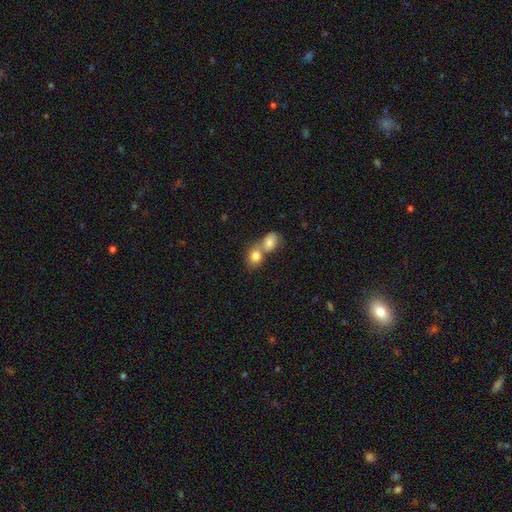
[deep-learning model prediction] A smooth galaxy with no disk features (81%) that is in between round and cigar-shaped (50%).

Vote fractions:
- Smooth or featured? smooth: 81% / featured or disk: 11% / star or artifact: 8%
- How rounded? in between: 50% / round: 48% / cigar-shaped: 2%
- Merging? merger: 66% / none: 25% / minor disturbance: 6% / major disturbance: 3%